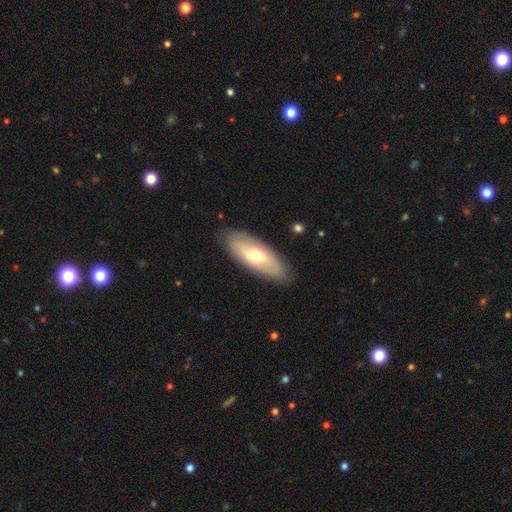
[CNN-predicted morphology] type=smooth (54%); roundness=in between (77%); merging=none (86%).